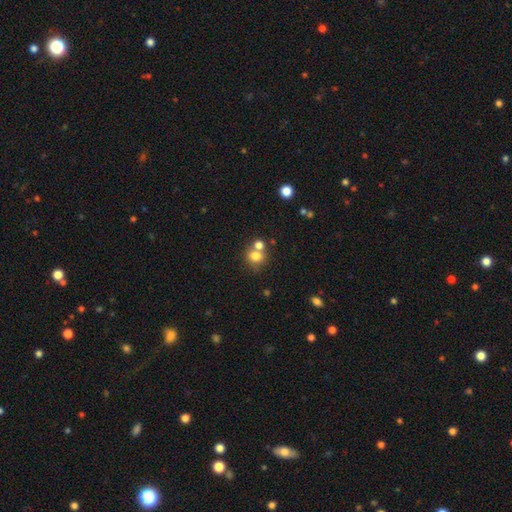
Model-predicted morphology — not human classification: A smooth galaxy with no disk features (76%) that is round (70%). Merging: none (48%).